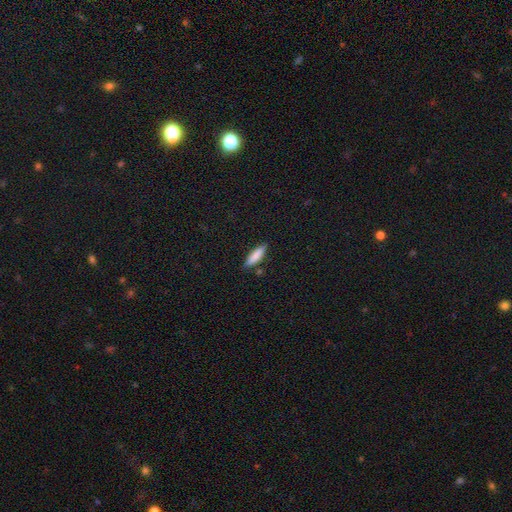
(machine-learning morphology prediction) Smooth or featured?
  - smooth: 83% *
  - featured or disk: 11%
  - star or artifact: 6%
How rounded?
  - cigar-shaped: 60% *
  - in between: 38%
  - round: 2%
Merging?
  - none: 83% *
  - minor disturbance: 12%
  - merger: 3%
  - major disturbance: 2%